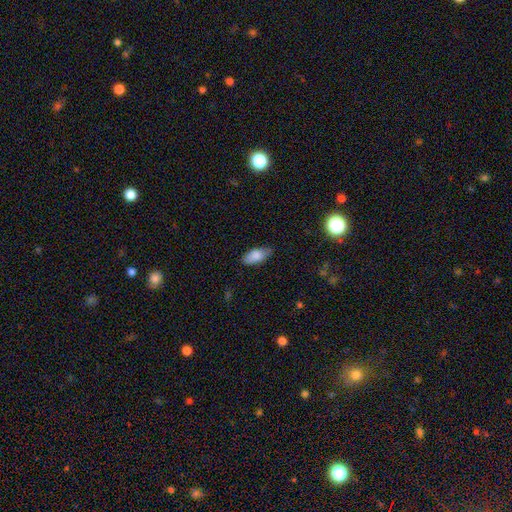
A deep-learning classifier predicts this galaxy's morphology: Smooth or featured: smooth — 84% (featured or disk — 10%)
How rounded: in between — 86% (cigar-shaped — 11%)
Merging: none — 80% (minor disturbance — 16%)